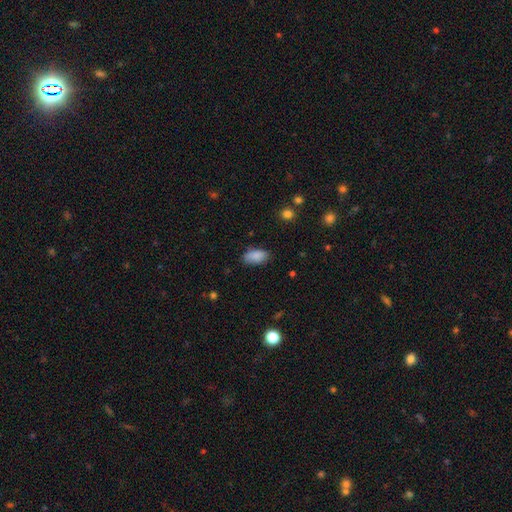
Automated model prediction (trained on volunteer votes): Q: Smooth or featured?
A: smooth (87%); runner-up: star or artifact (8%)
Q: How rounded?
A: in between (93%); runner-up: cigar-shaped (4%)
Q: Merging?
A: none (81%); runner-up: minor disturbance (15%)